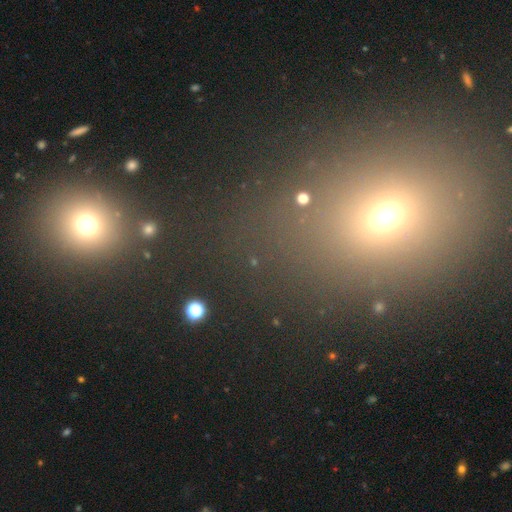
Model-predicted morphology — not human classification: Smooth or featured: smooth — 52% (star or artifact — 37%)
How rounded: round — 58% (in between — 39%)
Merging: none — 77% (minor disturbance — 9%)